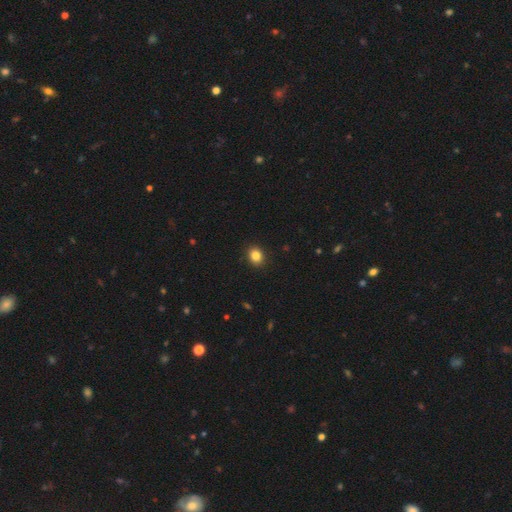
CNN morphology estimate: This appears to be a smooth galaxy with no disk features (85%) that is round (59%). Merging: none (91%).